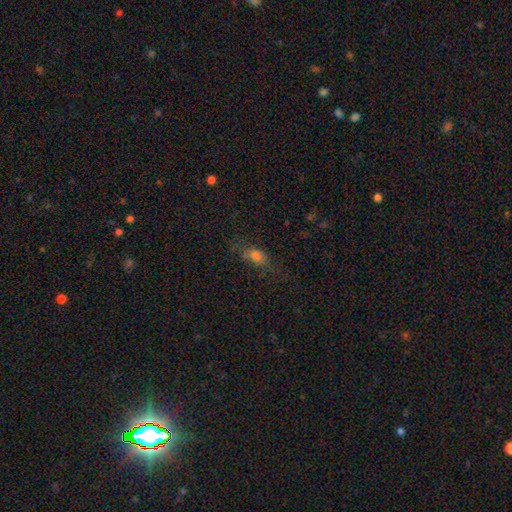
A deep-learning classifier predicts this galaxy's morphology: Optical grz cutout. It shows a smooth galaxy with no disk features (60%) that is in between round and cigar-shaped (61%). Merging: none (57%).